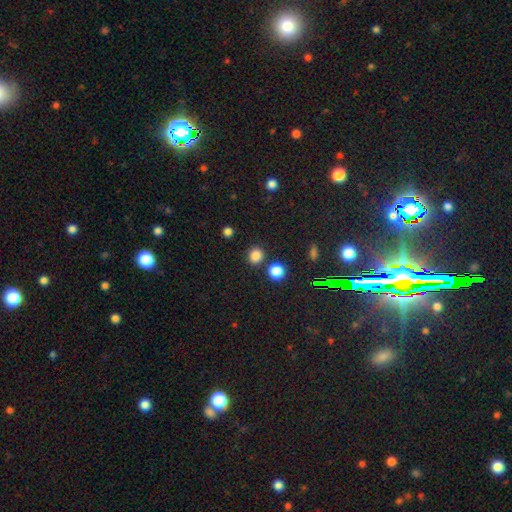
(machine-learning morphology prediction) smooth-or-featured: smooth: 83% | star or artifact: 13% | featured or disk: 4%
  how-rounded: round: 83% | in between: 16% | cigar-shaped: 1%
  merging: none: 83% | merger: 7% | minor disturbance: 7% | major disturbance: 3%